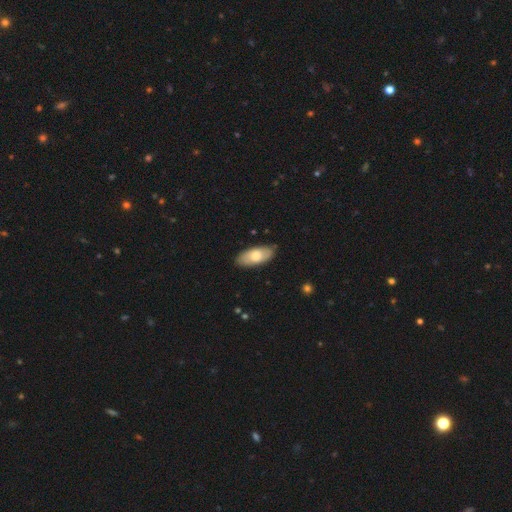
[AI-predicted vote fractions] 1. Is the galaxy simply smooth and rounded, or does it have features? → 68% smooth, 27% featured or disk, 5% star or artifact.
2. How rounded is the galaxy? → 88% in between, 10% cigar-shaped, 2% round.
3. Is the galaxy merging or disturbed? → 84% none, 13% minor disturbance, 2% major disturbance, 1% merger.